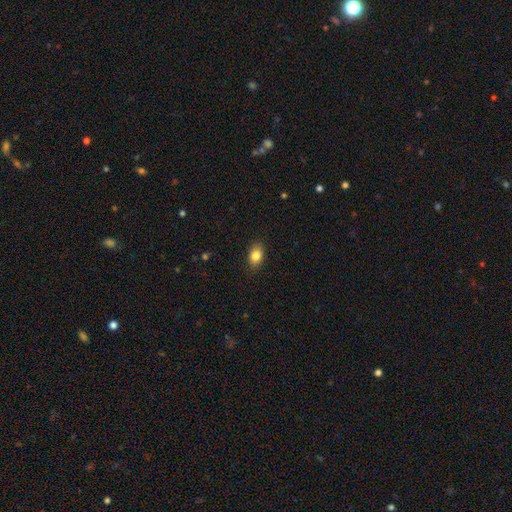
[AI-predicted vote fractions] Overall: smooth (84%). How rounded: in between (83%). Merging: none (87%).